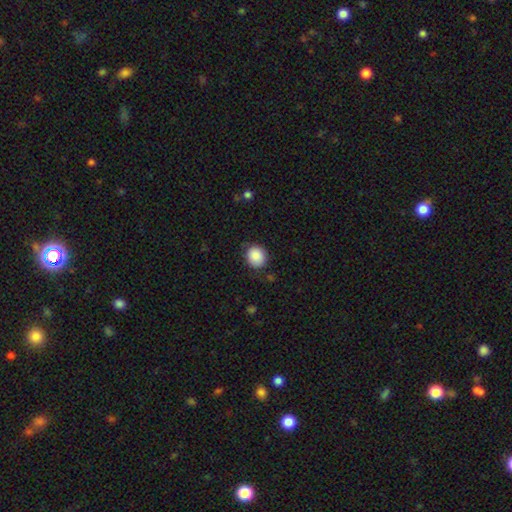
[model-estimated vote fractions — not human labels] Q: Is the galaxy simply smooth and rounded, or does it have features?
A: smooth — 88%.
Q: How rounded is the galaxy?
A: round — 77%.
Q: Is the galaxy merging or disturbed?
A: none — 82%.